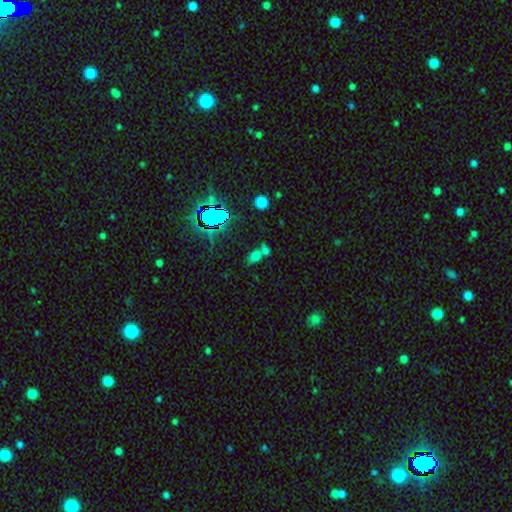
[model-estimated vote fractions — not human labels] Smooth or featured: smooth — 61% (star or artifact — 26%)
How rounded: in between — 68% (round — 28%)
Merging: merger — 50% (none — 36%)